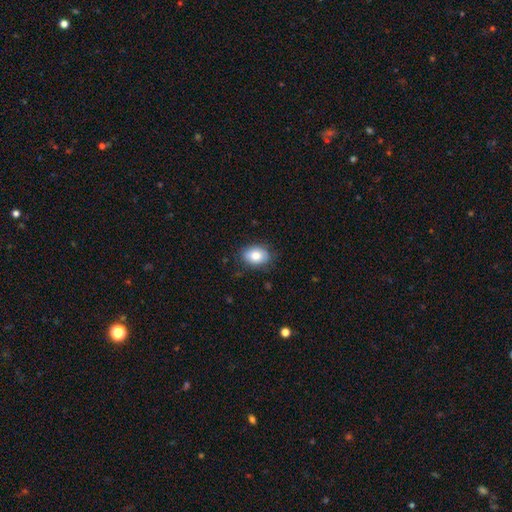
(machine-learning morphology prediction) A smooth galaxy with no disk features (82%) that is in between round and cigar-shaped (70%).

Vote fractions:
- Smooth or featured? smooth: 82% / featured or disk: 10% / star or artifact: 8%
- How rounded? in between: 70% / round: 30% / cigar-shaped: 1%
- Merging? none: 83% / minor disturbance: 13% / major disturbance: 3% / merger: 1%